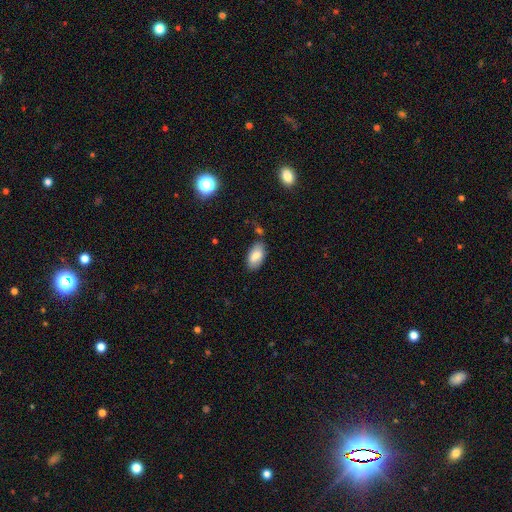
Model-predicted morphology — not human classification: Overall: smooth (83%). How rounded: in between (94%). Merging: none (73%).